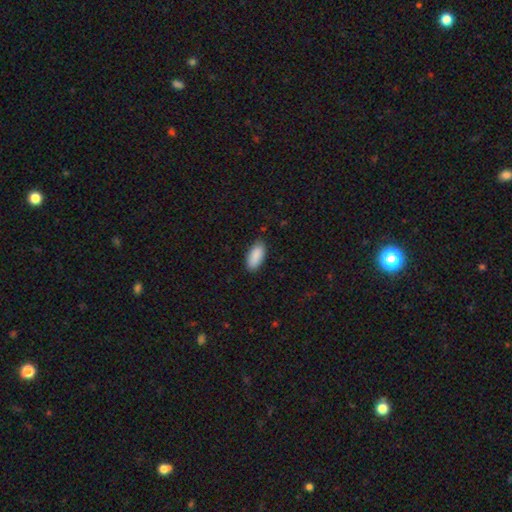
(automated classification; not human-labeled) Smooth or featured? Predicted: smooth (p=0.90). How rounded? Predicted: in between (p=0.90). Merging? Predicted: none (p=0.85).